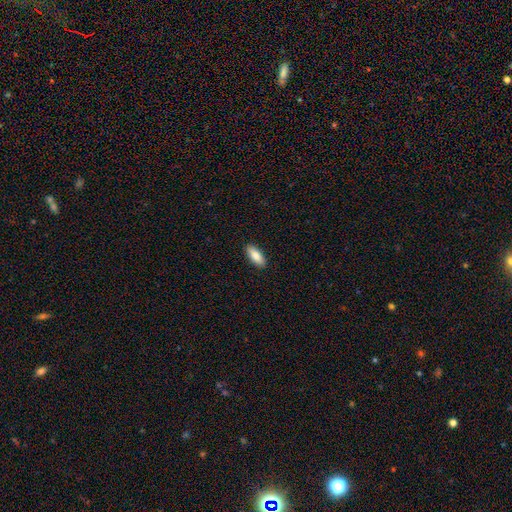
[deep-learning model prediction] Q: Smooth or featured?
A: smooth (85%); runner-up: featured or disk (9%)
Q: How rounded?
A: in between (76%); runner-up: cigar-shaped (22%)
Q: Merging?
A: none (90%); runner-up: minor disturbance (7%)